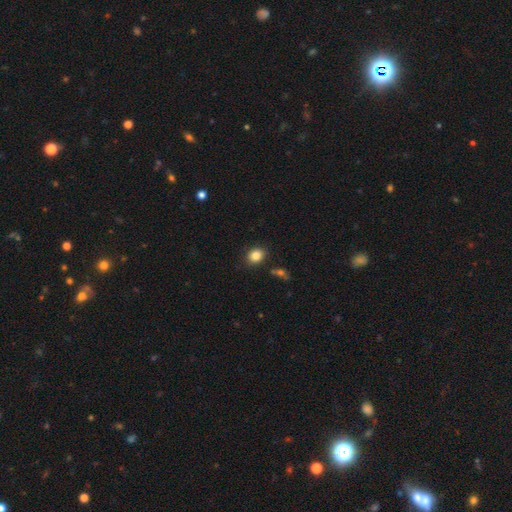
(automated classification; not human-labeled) Smooth or featured?
  - smooth: 84% *
  - star or artifact: 10%
  - featured or disk: 6%
How rounded?
  - round: 56% *
  - in between: 43%
  - cigar-shaped: 1%
Merging?
  - none: 85% *
  - minor disturbance: 10%
  - merger: 3%
  - major disturbance: 3%